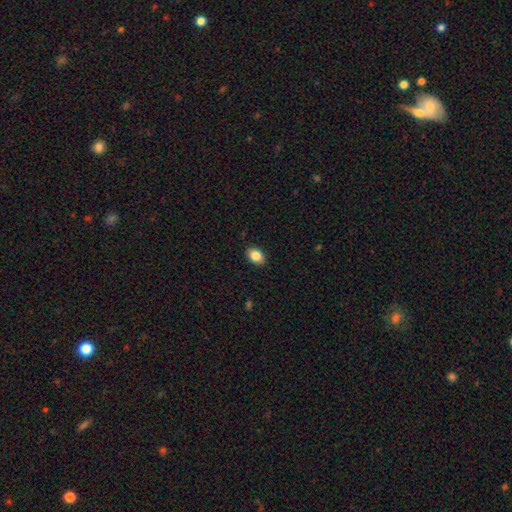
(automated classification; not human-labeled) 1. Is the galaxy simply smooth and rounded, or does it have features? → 86% smooth, 8% star or artifact, 6% featured or disk.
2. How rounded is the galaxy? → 72% in between, 27% round, 1% cigar-shaped.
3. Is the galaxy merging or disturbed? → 89% none, 8% minor disturbance, 2% major disturbance, 1% merger.